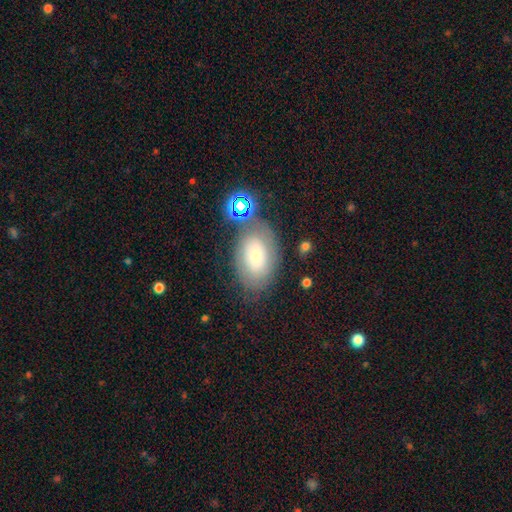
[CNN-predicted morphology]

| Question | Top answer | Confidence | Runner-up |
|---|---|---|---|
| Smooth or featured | smooth | 65% | featured or disk (24%) |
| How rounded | in between | 89% | round (10%) |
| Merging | none | 63% | minor disturbance (19%) |